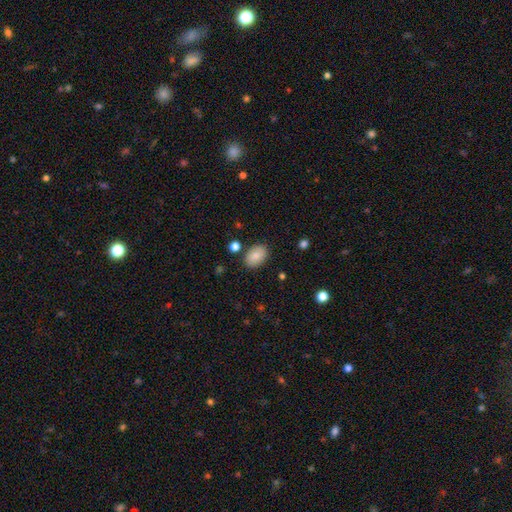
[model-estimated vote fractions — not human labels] smooth_or_featured: smooth (p=0.86) [alt: star or artifact p=0.07]
how_rounded: in between (p=0.84) [alt: round p=0.15]
merging: none (p=0.84) [alt: minor disturbance p=0.10]